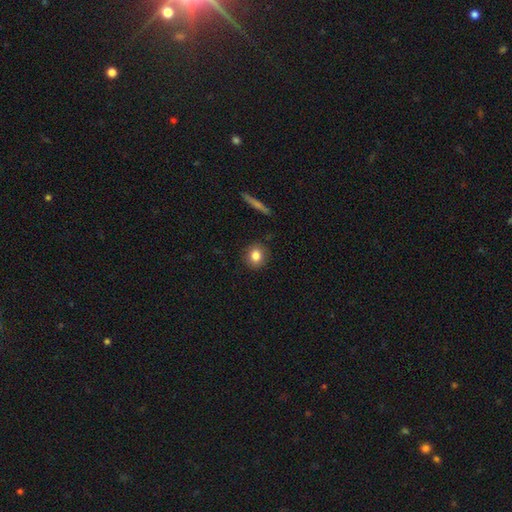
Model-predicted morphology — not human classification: A smooth galaxy with no disk features (83%) that is round (82%). Merging: none (88%).